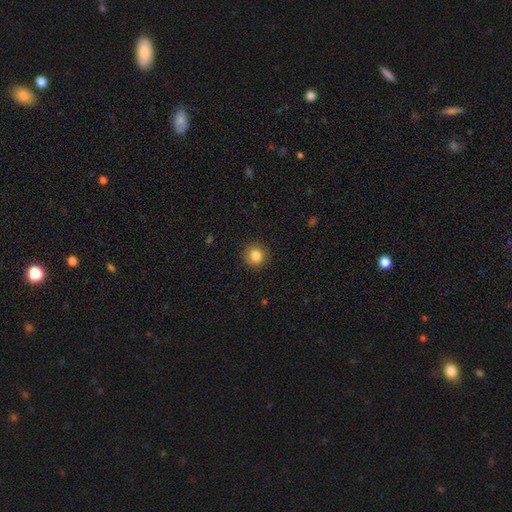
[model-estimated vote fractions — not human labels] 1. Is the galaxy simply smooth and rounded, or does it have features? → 84% smooth, 10% star or artifact, 6% featured or disk.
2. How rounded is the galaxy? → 92% round, 7% in between, 1% cigar-shaped.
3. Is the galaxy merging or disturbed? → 91% none, 6% minor disturbance, 2% major disturbance, 1% merger.